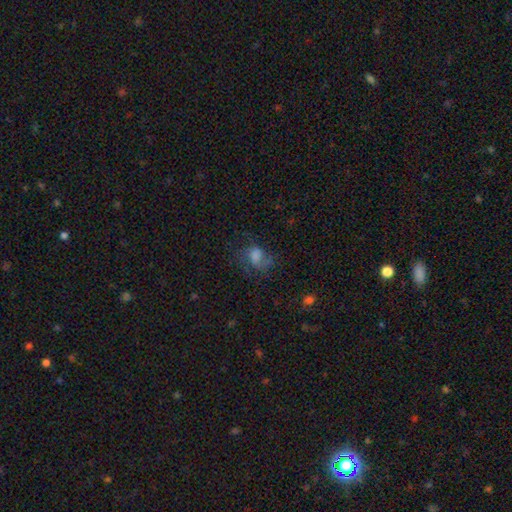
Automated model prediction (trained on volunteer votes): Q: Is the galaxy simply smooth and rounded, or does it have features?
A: featured or disk — 42%.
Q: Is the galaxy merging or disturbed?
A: none — 46%.